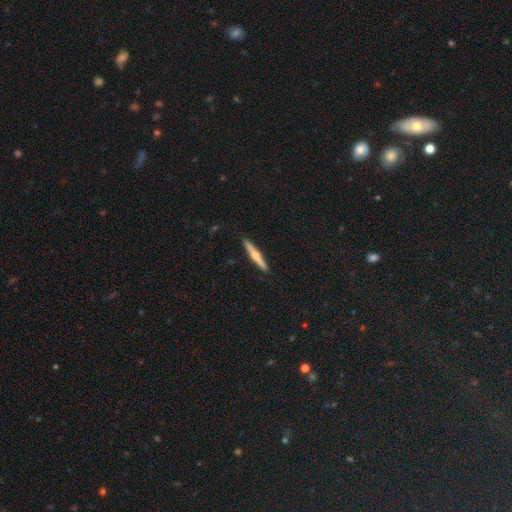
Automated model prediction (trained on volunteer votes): Smooth or featured? featured or disk (60%)
Edge-on disk? yes (97%)
Edge-on bulge? rounded (88%)
Merging? none (91%)